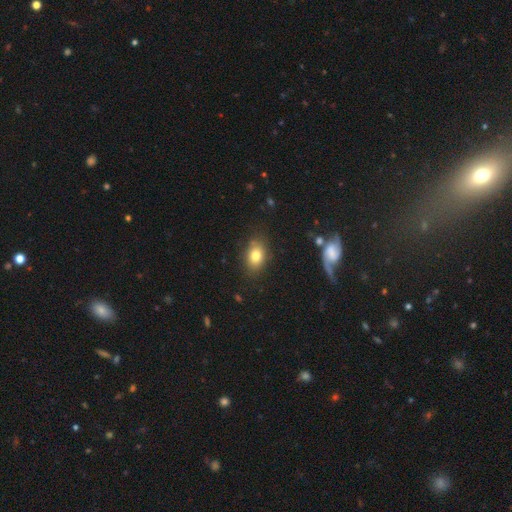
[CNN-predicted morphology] This appears to be a smooth galaxy with no disk features (79%) that is in between round and cigar-shaped (78%). Merging: none (81%).